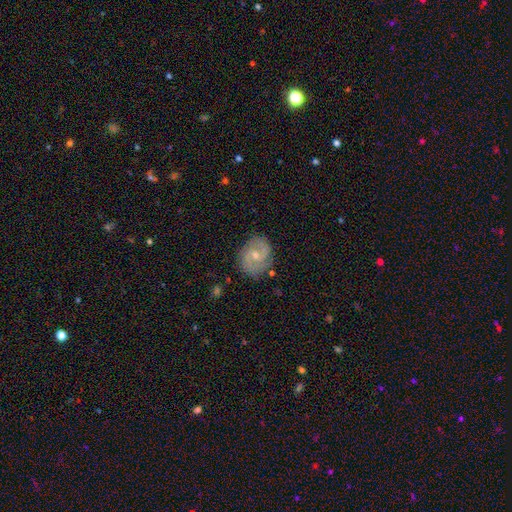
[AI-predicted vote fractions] A featured or disk galaxy (82%) with no bar (46%, tied with weak), 2 (87%) medium (52%) spiral arms (96%) and a small central bulge (52%).

Vote fractions:
- Smooth or featured? featured or disk: 82% / smooth: 13% / star or artifact: 6%
- Edge-on disk? no: 98% / yes: 2%
- Bar? no: 46% (tied) / weak: 46% (tied) / strong: 8%
- Spiral arms? yes: 96% / no: 4%
- Spiral winding? medium: 52% / tight: 32% / loose: 16%
- Spiral arm count? 2: 87% / can't tell: 5% / 3: 3% / 1: 2% / 4: 1% / more than 4: 1%
- Bulge size? small: 52% / moderate: 44% / none: 2% / large: 1% / dominant: 1%
- Merging? none: 80% / minor disturbance: 15% / major disturbance: 4% / merger: 2%